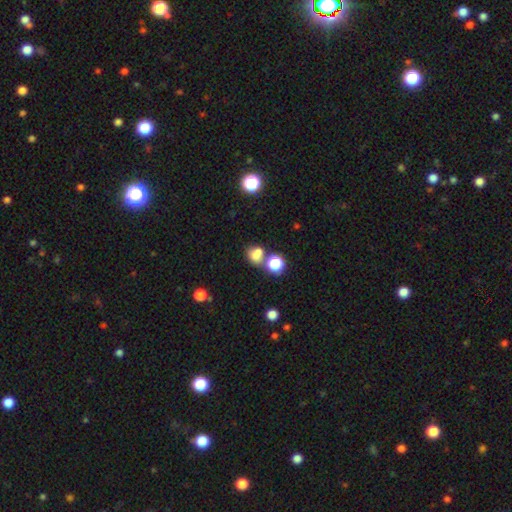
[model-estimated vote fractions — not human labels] Smooth or featured? smooth (73%)
How rounded? round (58%)
Merging? none (44%)